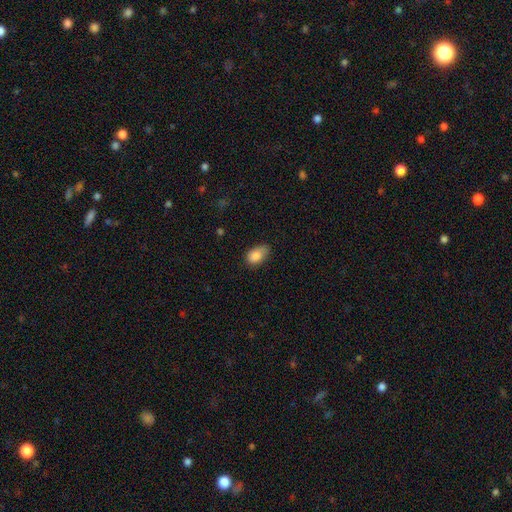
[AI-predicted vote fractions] Q: Smooth or featured?
A: smooth (85%); runner-up: star or artifact (8%)
Q: How rounded?
A: in between (89%); runner-up: round (9%)
Q: Merging?
A: none (55%); runner-up: minor disturbance (36%)